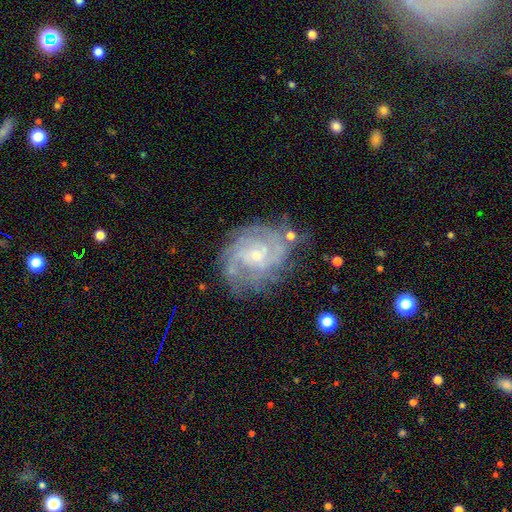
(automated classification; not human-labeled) featured or disk 86%, smooth 8%, star or artifact 7%. Down the decision tree: edge-on disk — no (97%); bar — no (63%); spiral arms — yes (95%); spiral arm count — can't tell (32%); spiral winding — tight (63%); bulge size — small (74%); merging — none (67%).